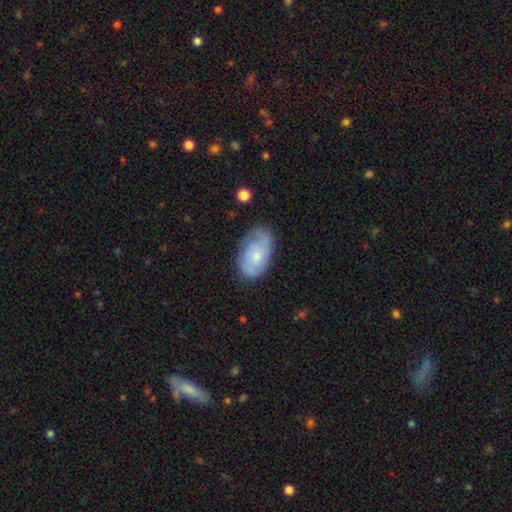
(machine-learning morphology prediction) Smooth or featured: featured or disk — 51% (smooth — 42%)
Edge-on disk: no — 95% (yes — 5%)
Merging: none — 66% (minor disturbance — 25%)